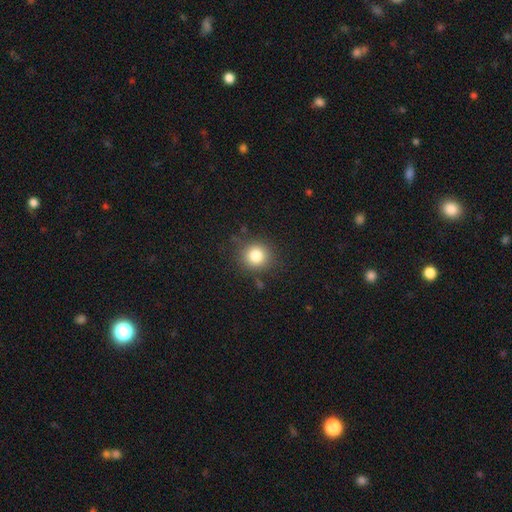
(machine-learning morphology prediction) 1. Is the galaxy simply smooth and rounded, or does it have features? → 82% smooth, 11% star or artifact, 7% featured or disk.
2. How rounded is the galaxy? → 89% round, 10% in between, 1% cigar-shaped.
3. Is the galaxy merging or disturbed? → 82% none, 12% minor disturbance, 4% major disturbance, 2% merger.